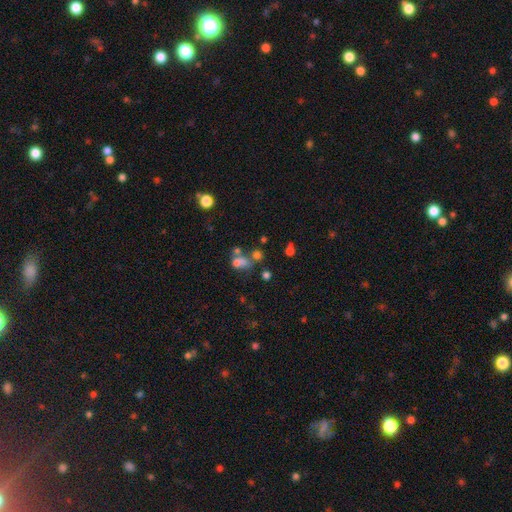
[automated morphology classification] Smooth or featured?
  - smooth: 48% *
  - star or artifact: 34%
  - featured or disk: 18%
Merging?
  - none: 41% *
  - merger: 39%
  - minor disturbance: 10%
  - major disturbance: 10%